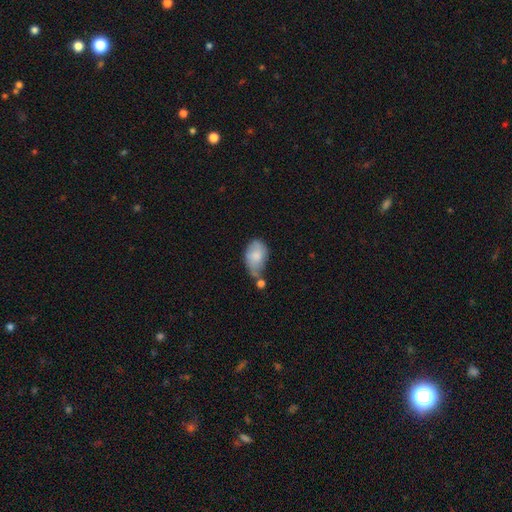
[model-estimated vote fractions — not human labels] smooth_or_featured: smooth (p=0.72) [alt: featured or disk p=0.21]
how_rounded: in between (p=0.89) [alt: round p=0.09]
merging: minor disturbance (p=0.33) [alt: none p=0.29]